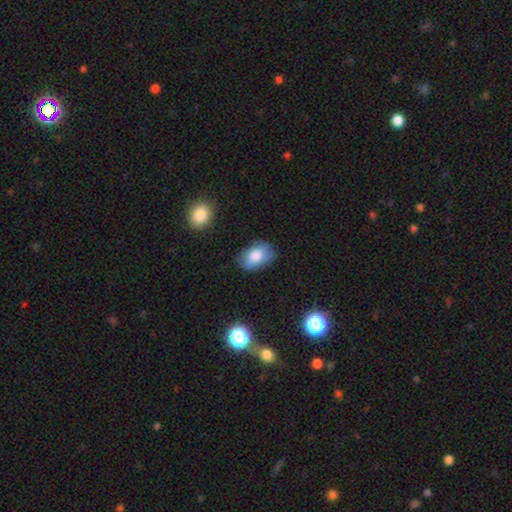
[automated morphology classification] smooth-or-featured: smooth: 71% | featured or disk: 20% | star or artifact: 8%
  how-rounded: in between: 84% | round: 15% | cigar-shaped: 1%
  merging: none: 68% | minor disturbance: 24% | major disturbance: 6% | merger: 2%